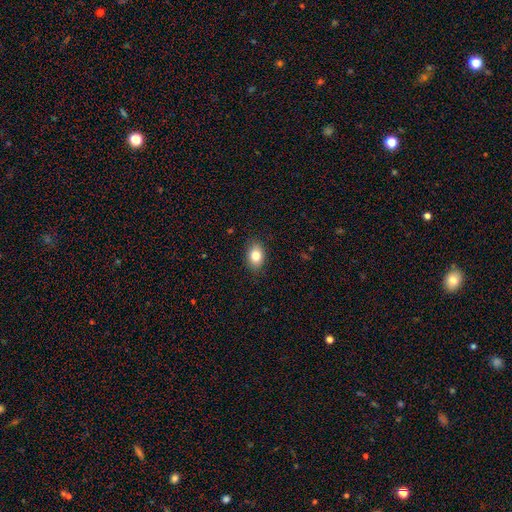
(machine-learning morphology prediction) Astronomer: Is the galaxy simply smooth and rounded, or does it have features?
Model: smooth — 82%.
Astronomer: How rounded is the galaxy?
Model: in between — 78%.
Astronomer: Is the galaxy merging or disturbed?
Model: none — 87%.